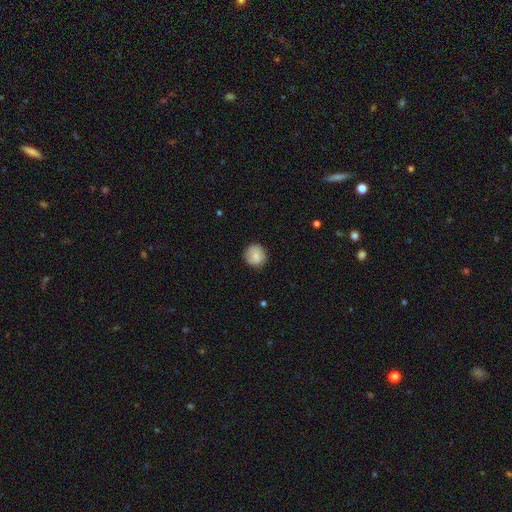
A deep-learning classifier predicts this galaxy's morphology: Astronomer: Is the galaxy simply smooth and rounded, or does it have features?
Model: smooth — 80%.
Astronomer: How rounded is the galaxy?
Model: round — 91%.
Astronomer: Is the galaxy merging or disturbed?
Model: none — 85%.